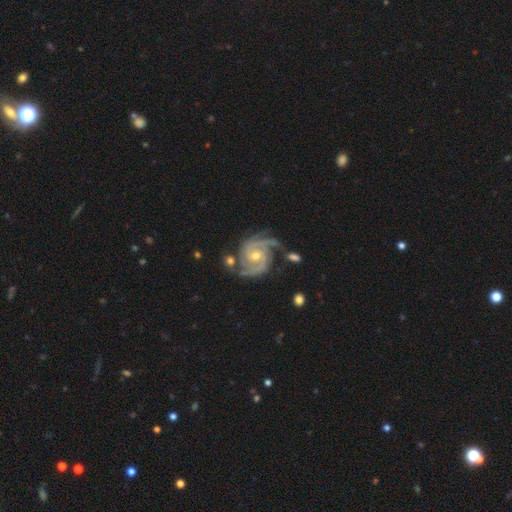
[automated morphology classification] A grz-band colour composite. It shows a featured or disk galaxy (93%) with no bar (57%), 2 (59%) tight (50%) spiral arms (99%) and a small central bulge (49%). Merging: none (66%).